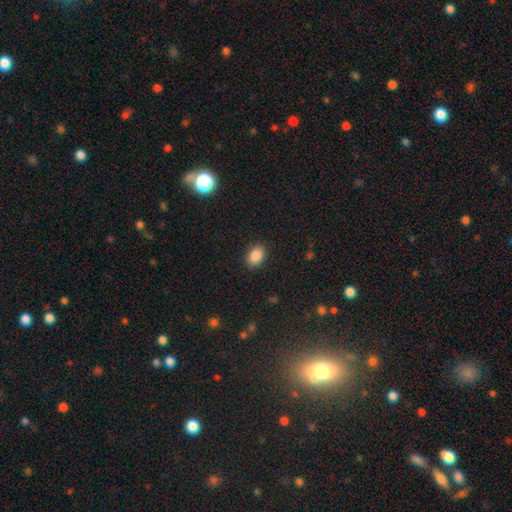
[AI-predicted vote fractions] Overall: smooth (88%). How rounded: in between (82%). Merging: none (89%).